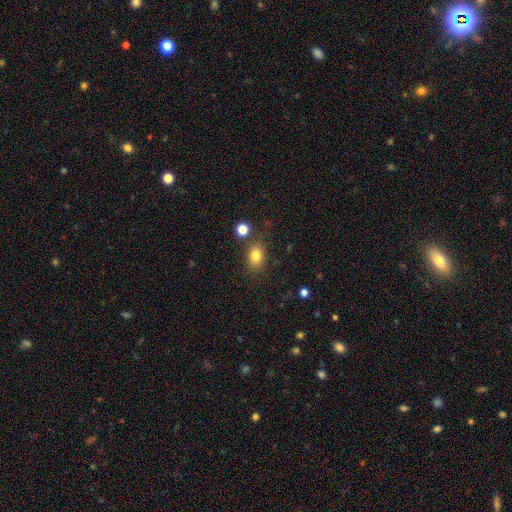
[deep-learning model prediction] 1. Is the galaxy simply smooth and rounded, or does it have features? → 82% smooth, 11% star or artifact, 7% featured or disk.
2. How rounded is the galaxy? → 62% in between, 37% round, 1% cigar-shaped.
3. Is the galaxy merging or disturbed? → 79% none, 12% minor disturbance, 5% merger, 4% major disturbance.